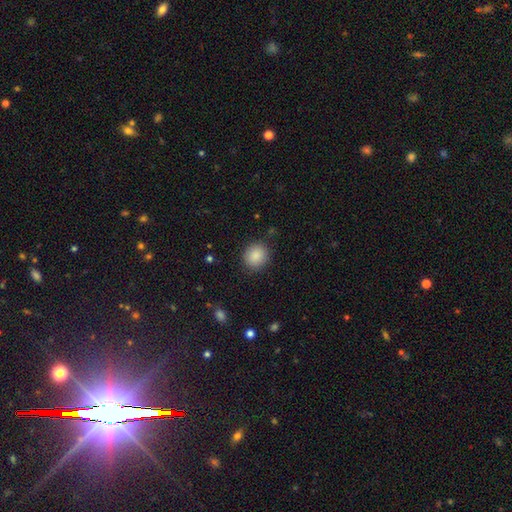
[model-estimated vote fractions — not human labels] This appears to be a smooth galaxy with no disk features (88%) that is round (82%). Merging: none (88%).